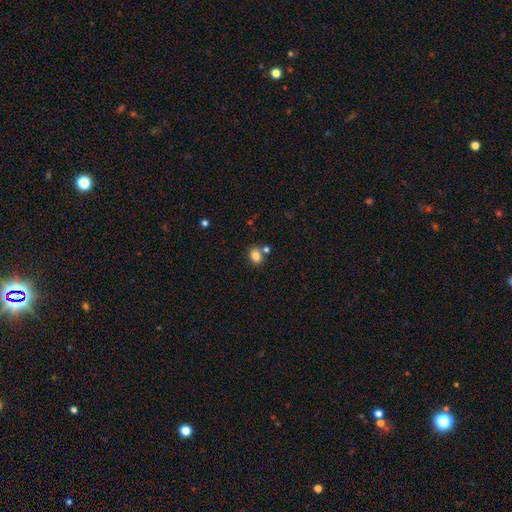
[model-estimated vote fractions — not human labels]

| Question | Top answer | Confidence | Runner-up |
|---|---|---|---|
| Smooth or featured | smooth | 83% | star or artifact (10%) |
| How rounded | in between | 53% | round (46%) |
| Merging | none | 70% | merger (16%) |